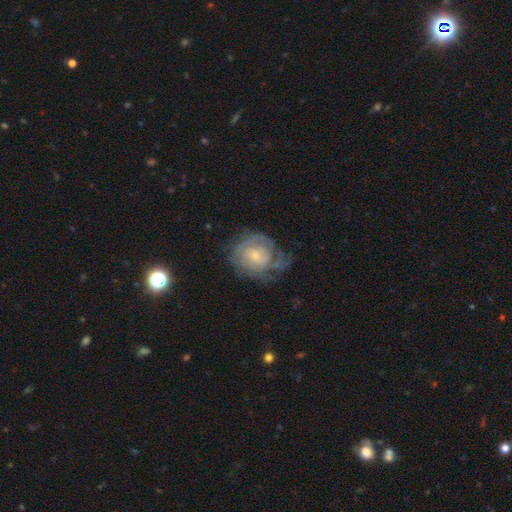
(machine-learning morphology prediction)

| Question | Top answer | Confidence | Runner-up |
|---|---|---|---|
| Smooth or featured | featured or disk | 70% | smooth (22%) |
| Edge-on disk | no | 97% | yes (3%) |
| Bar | no | 69% | weak (27%) |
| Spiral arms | yes | 81% | no (19%) |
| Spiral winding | tight | 63% | medium (27%) |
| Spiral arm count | can't tell | 56% | 2 (17%) |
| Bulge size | small | 61% | moderate (31%) |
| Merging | none | 49% | minor disturbance (25%) |